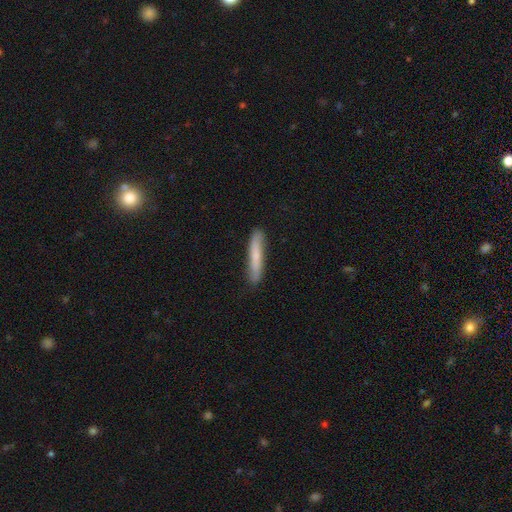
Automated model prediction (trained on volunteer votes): Morphology: type=smooth (66%); roundness=cigar-shaped (93%); merging=none (86%).